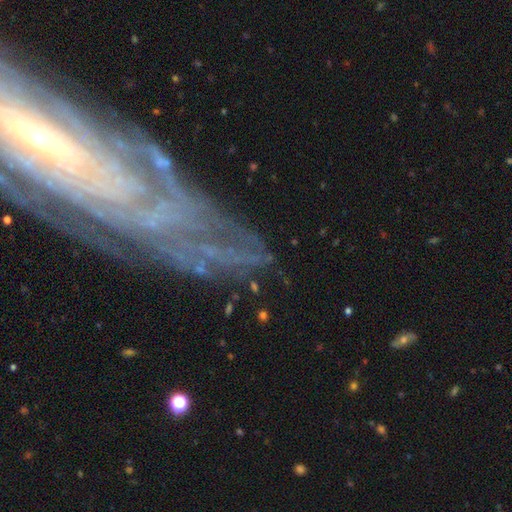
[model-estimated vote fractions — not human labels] featured or disk 56%, star or artifact 26%, smooth 19%. Down the decision tree: edge-on disk — no (85%); merging — none (63%).